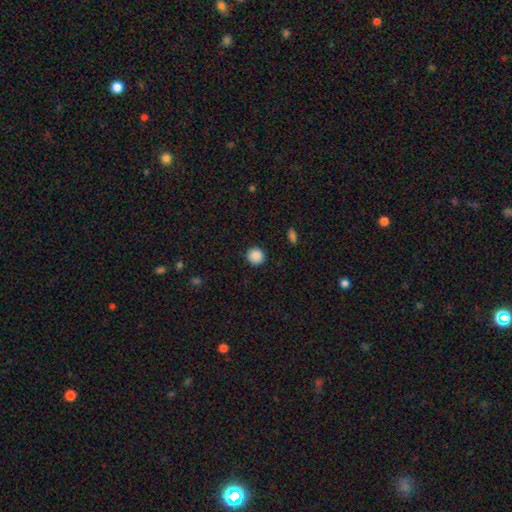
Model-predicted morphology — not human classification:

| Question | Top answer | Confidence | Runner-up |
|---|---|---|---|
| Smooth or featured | smooth | 88% | star or artifact (9%) |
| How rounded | round | 92% | in between (7%) |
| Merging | none | 91% | minor disturbance (6%) |